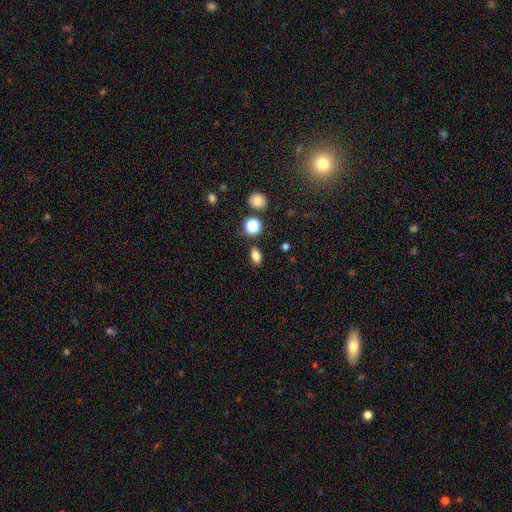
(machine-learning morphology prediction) type=smooth (81%); roundness=in between (78%); merging=none (84%).